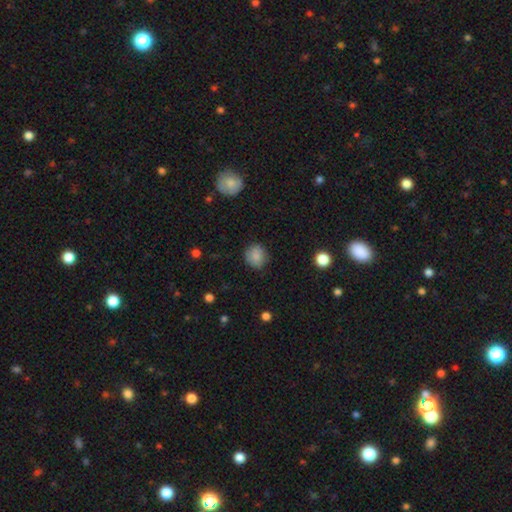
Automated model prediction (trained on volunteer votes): smooth-or-featured: smooth: 83% | star or artifact: 9% | featured or disk: 8%
  how-rounded: round: 80% | in between: 19% | cigar-shaped: 1%
  merging: none: 81% | minor disturbance: 14% | major disturbance: 3% | merger: 1%